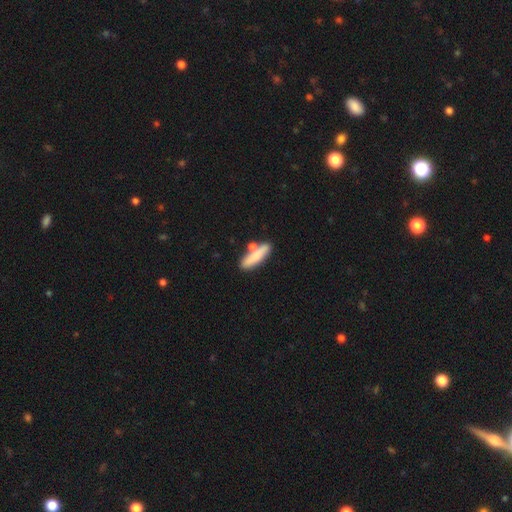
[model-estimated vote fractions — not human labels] Smooth or featured? smooth (76%)
How rounded? cigar-shaped (72%)
Merging? none (66%)